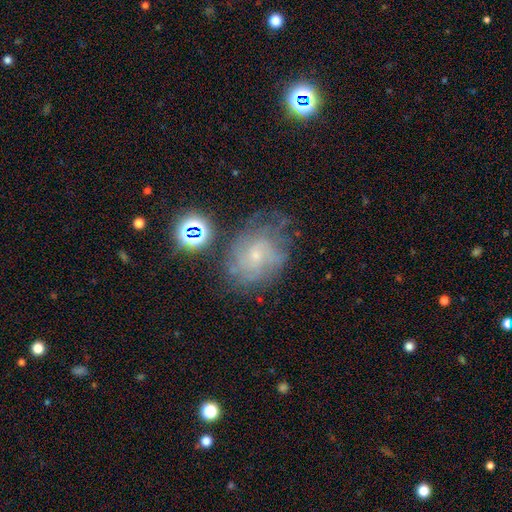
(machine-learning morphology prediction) Smooth or featured?
  - featured or disk: 64% *
  - smooth: 21%
  - star or artifact: 15%
Edge-on disk?
  - no: 97% *
  - yes: 3%
Bar?
  - no: 67% *
  - weak: 29%
  - strong: 4%
Spiral arms?
  - yes: 84% *
  - no: 16%
Spiral winding?
  - tight: 51% *
  - medium: 35%
  - loose: 14%
Spiral arm count?
  - can't tell: 55% *
  - 2: 13%
  - 3: 12%
  - 4: 10%
  - more than 4: 6%
  - 1: 5%
Bulge size?
  - small: 73% *
  - moderate: 20%
  - none: 5%
  - large: 1%
  - dominant: 1%
Merging?
  - none: 58% *
  - minor disturbance: 24%
  - major disturbance: 15%
  - merger: 4%